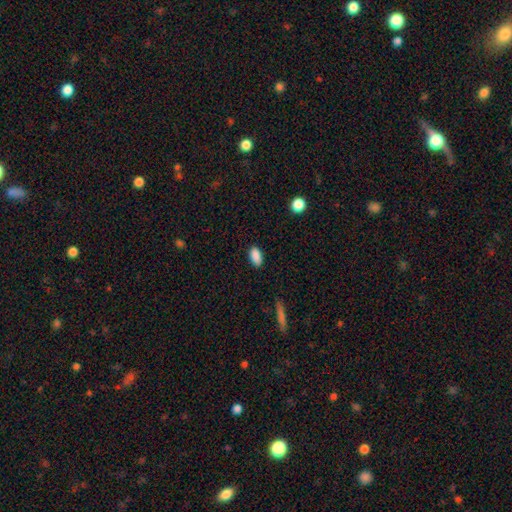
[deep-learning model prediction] This appears to be a smooth galaxy with no disk features (89%) that is in between round and cigar-shaped (92%). Merging: none (86%).